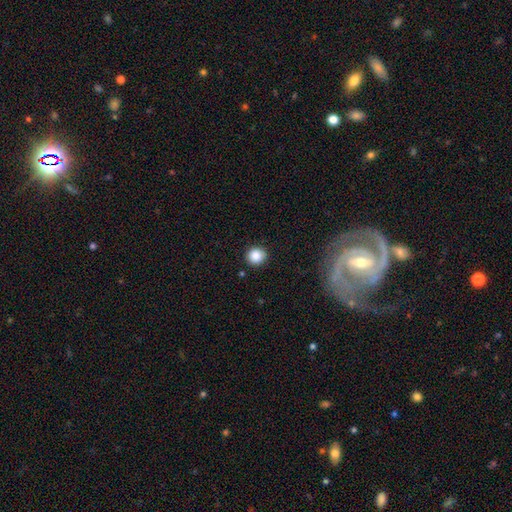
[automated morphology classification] The model was most divided on "smooth or featured": smooth: 87%, star or artifact: 9%, featured or disk: 3%. More confident: how rounded — round (91%); merging — none (89%).